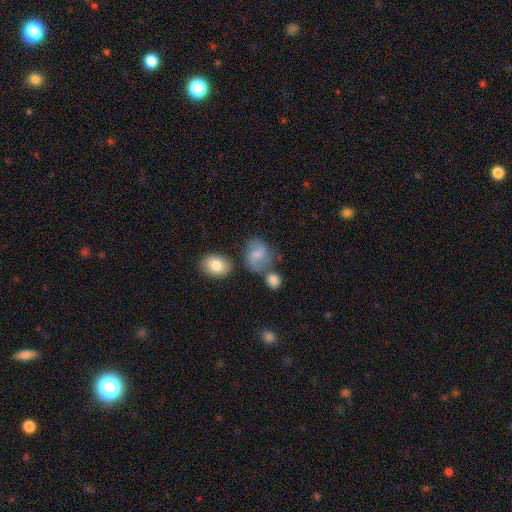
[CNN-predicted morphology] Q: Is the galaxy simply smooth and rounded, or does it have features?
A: smooth — 55%.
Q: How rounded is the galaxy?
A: in between — 53%.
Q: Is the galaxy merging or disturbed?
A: none — 55%.